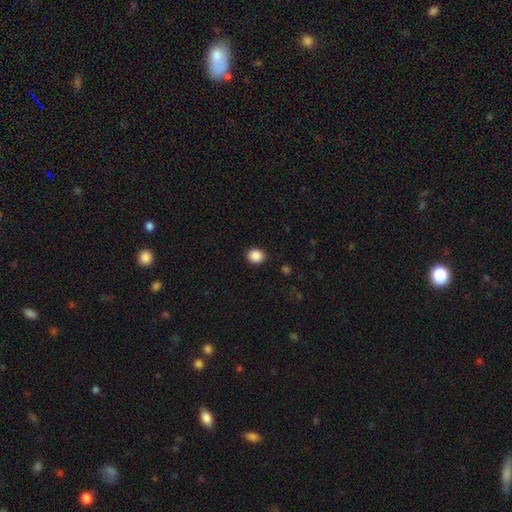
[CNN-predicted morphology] A smooth galaxy with no disk features (88%) that is round (72%).

Vote fractions:
- Smooth or featured? smooth: 88% / star or artifact: 9% / featured or disk: 3%
- How rounded? round: 72% / in between: 27% / cigar-shaped: 1%
- Merging? none: 90% / minor disturbance: 6% / major disturbance: 2% / merger: 1%